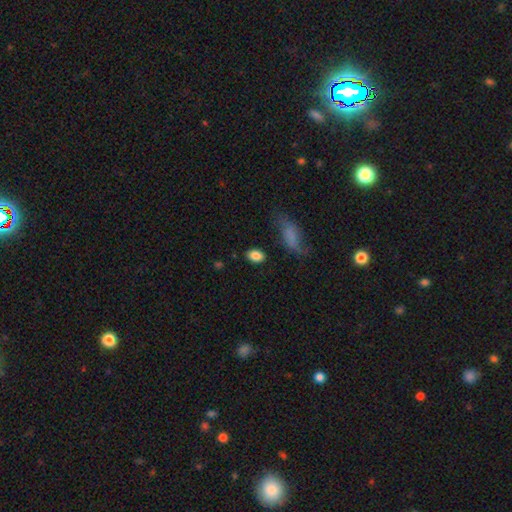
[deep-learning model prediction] Morphology: type=smooth (85%); roundness=in between (83%); merging=none (82%).